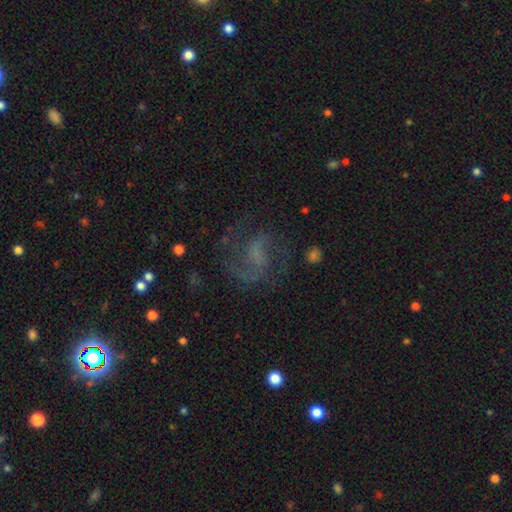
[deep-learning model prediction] This appears to be a featured or disk galaxy (72%) with a weak bar (45%), 2 (82%) medium (54%) spiral arms (93%) and no central bulge (52%). Merging: none (69%).